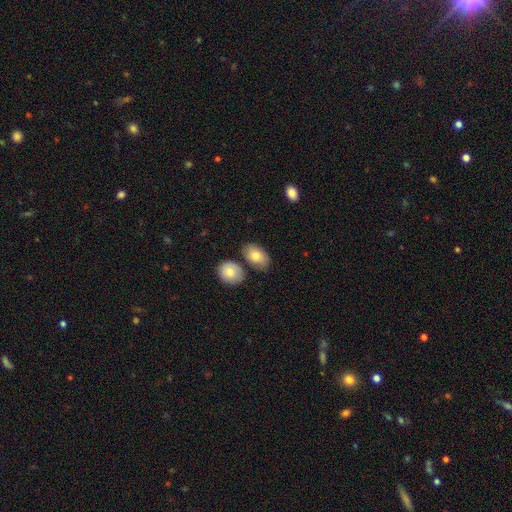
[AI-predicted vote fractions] smooth 80%, featured or disk 14%, star or artifact 7%. Down the decision tree: how rounded — in between (89%); merging — none (66%).